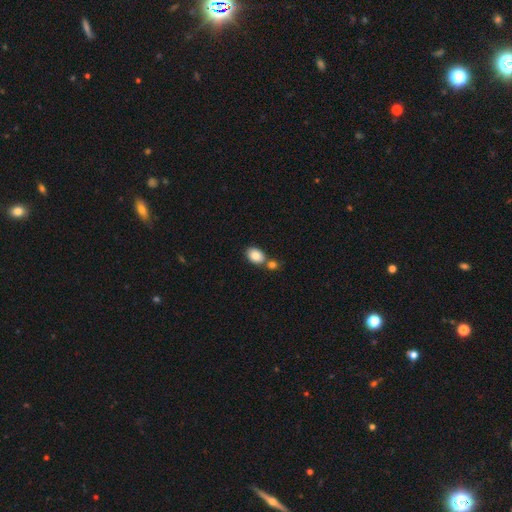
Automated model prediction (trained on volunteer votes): Smooth or featured? Predicted: smooth (p=0.85). How rounded? Predicted: in between (p=0.79). Merging? Predicted: none (p=0.55).